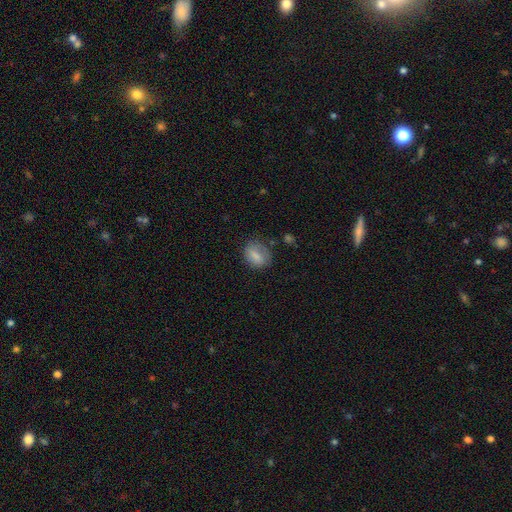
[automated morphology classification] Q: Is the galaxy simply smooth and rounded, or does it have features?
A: smooth — 76%.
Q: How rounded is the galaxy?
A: in between — 64%.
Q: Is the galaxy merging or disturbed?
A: none — 66%.